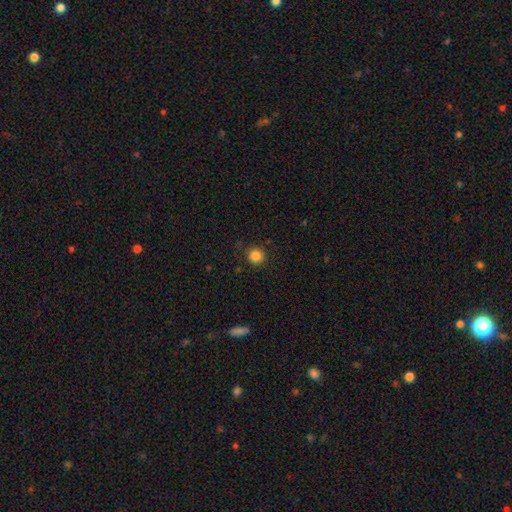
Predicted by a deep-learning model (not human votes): This is clearly a smooth galaxy (85%). How rounded: clearly round (94%). Merging: clearly none (89%).